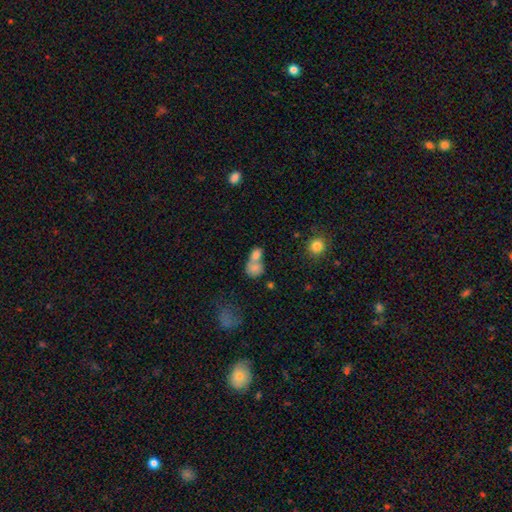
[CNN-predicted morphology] This is likely a smooth galaxy (75%). How rounded: possibly in between (60%). Merging: likely merger (67%).